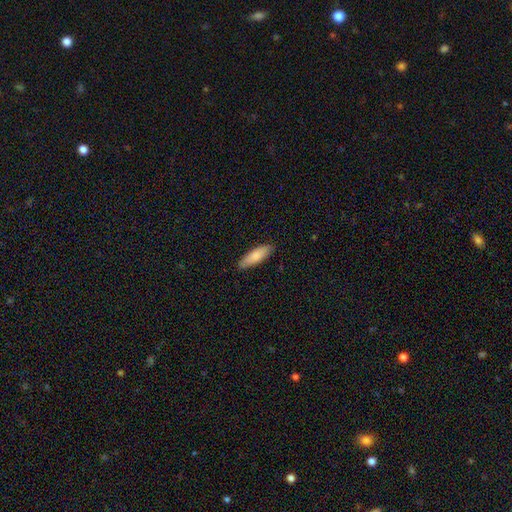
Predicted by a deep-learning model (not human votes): smooth-or-featured: smooth: 82% | featured or disk: 13% | star or artifact: 5%
  how-rounded: cigar-shaped: 53% | in between: 46% | round: 2%
  merging: none: 87% | minor disturbance: 10% | major disturbance: 2% | merger: 1%